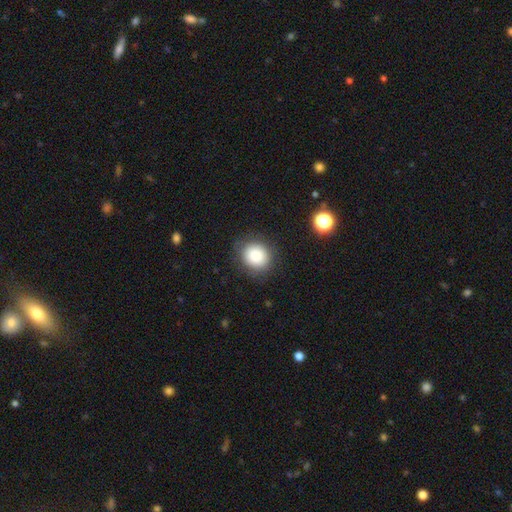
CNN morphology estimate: Smooth or featured? Predicted: smooth (p=0.84). How rounded? Predicted: round (p=0.82). Merging? Predicted: none (p=0.86).